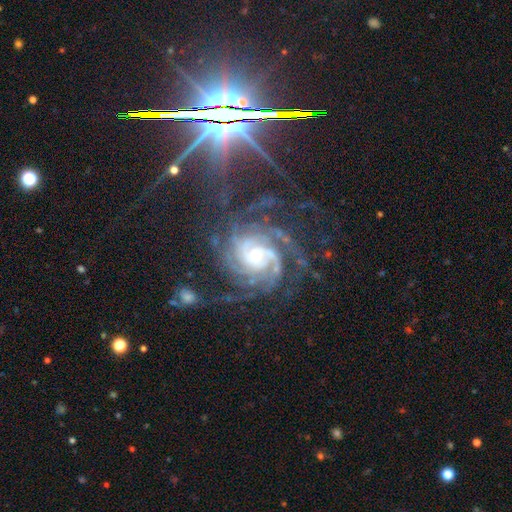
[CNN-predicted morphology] type=featured or disk (90%); edge-on=no (98%); bar=no (65%); spiral arms=yes (98%); winding=tight (66%); arm count=4 (22%); bulge=small (54%); merging=none (64%).